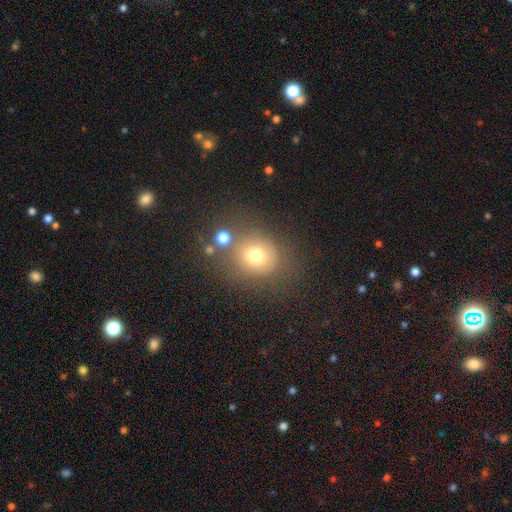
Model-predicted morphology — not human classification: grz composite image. It shows a smooth galaxy with no disk features (71%) that is round (78%). Merging: none (67%).